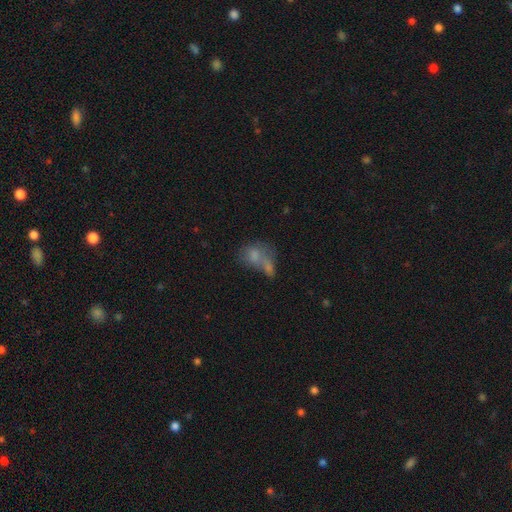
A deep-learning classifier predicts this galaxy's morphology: The model was most divided on "merging": merger: 56%, none: 20%, major disturbance: 12%, minor disturbance: 11%. More confident: smooth or featured — smooth (68%); how rounded — in between (67%).